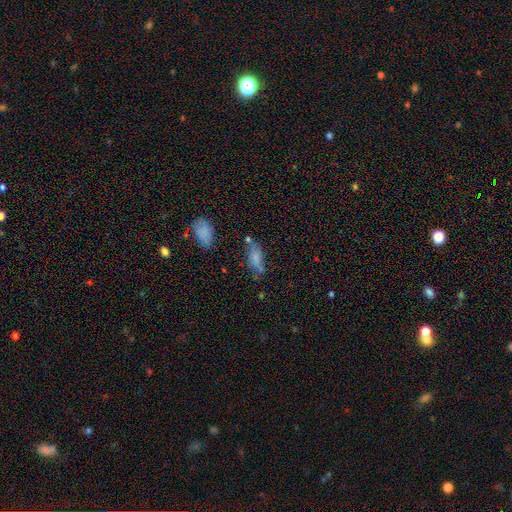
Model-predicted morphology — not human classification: Smooth or featured? smooth (58%)
How rounded? in between (70%)
Merging? none (58%)